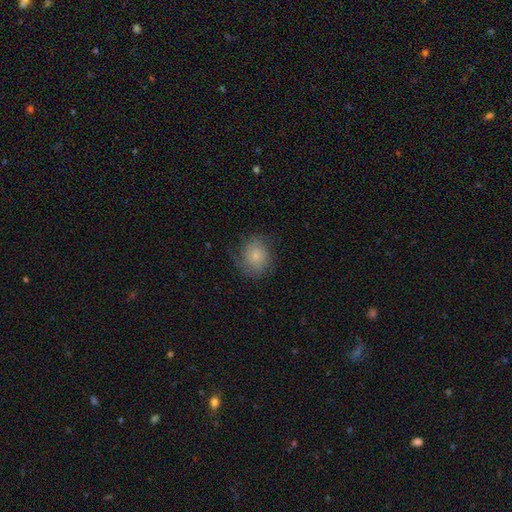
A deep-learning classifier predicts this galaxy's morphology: type=smooth (66%); roundness=round (76%); merging=none (66%).